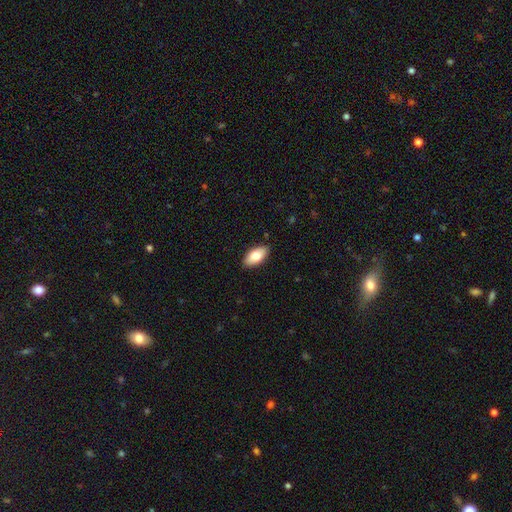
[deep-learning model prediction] A smooth galaxy with no disk features (77%) that is in between round and cigar-shaped (92%). Merging: none (88%).